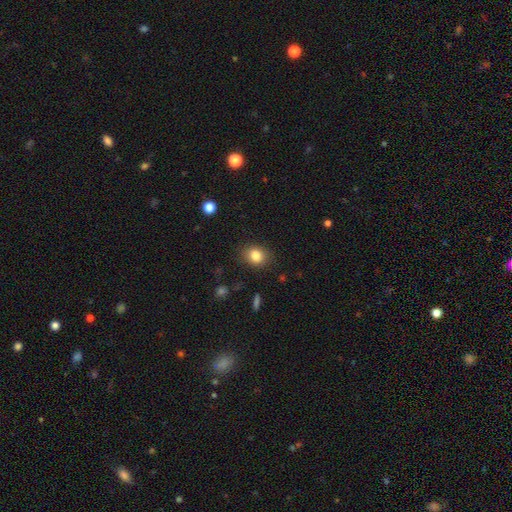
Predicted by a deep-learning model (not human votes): The model was most divided on "how rounded": round: 55%, in between: 44%, cigar-shaped: 1%. More confident: merging — none (84%); smooth or featured — smooth (83%).